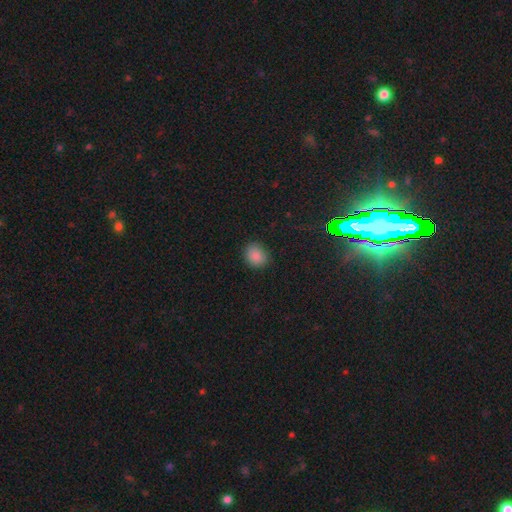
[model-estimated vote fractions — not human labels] Smooth or featured: smooth — 85% (star or artifact — 11%)
How rounded: round — 60% (in between — 39%)
Merging: none — 85% (minor disturbance — 12%)